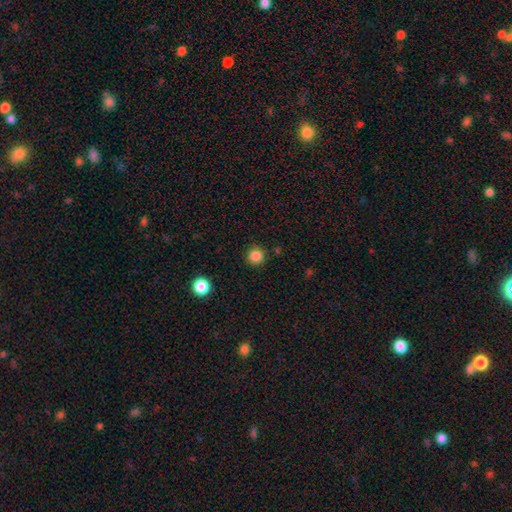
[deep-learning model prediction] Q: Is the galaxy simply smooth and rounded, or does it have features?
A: smooth — 85%.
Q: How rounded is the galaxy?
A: round — 93%.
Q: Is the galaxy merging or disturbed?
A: none — 89%.